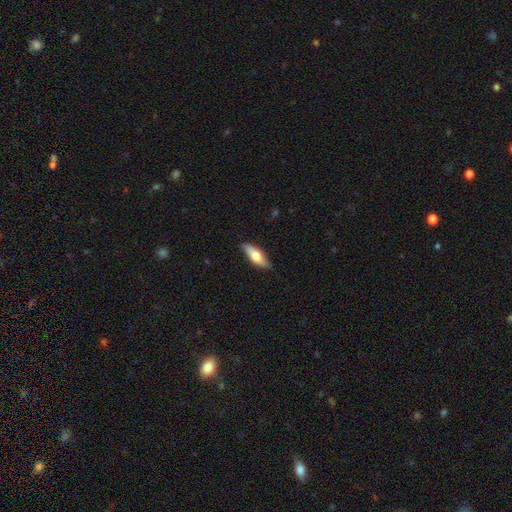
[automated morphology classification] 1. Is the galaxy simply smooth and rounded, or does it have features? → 67% smooth, 28% featured or disk, 6% star or artifact.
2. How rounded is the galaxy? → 64% in between, 34% cigar-shaped, 2% round.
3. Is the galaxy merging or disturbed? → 84% none, 13% minor disturbance, 2% major disturbance, 1% merger.